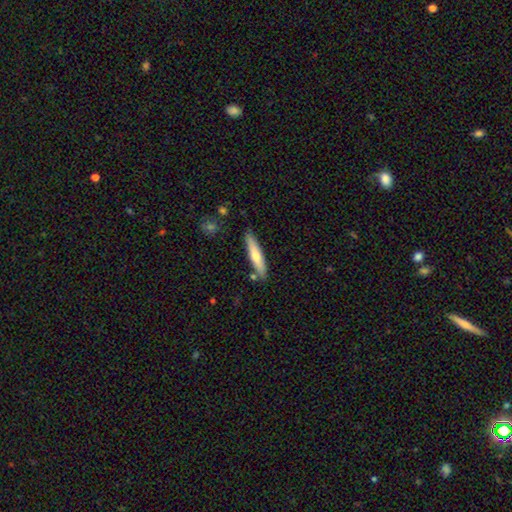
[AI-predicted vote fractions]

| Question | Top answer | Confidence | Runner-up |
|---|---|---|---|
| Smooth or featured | smooth | 60% | featured or disk (34%) |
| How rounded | cigar-shaped | 86% | in between (13%) |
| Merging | none | 83% | minor disturbance (11%) |